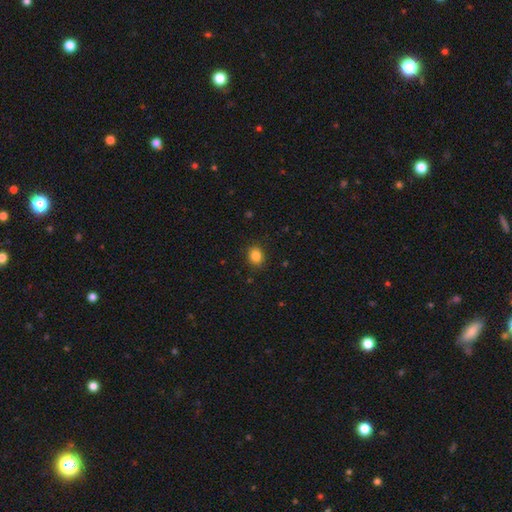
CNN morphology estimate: Smooth or featured?
  - smooth: 85% *
  - star or artifact: 11%
  - featured or disk: 4%
How rounded?
  - round: 64% *
  - in between: 36%
  - cigar-shaped: 1%
Merging?
  - none: 89% *
  - minor disturbance: 8%
  - major disturbance: 2%
  - merger: 1%